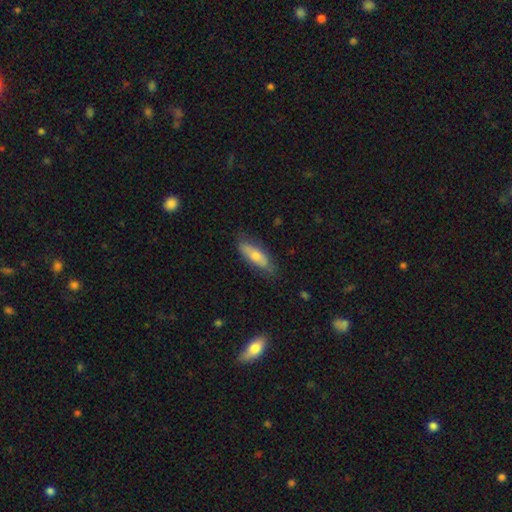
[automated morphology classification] Overall: smooth (60%; featured or disk 33%). How rounded: in between (51%; cigar-shaped 46%). Merging: none (77%).